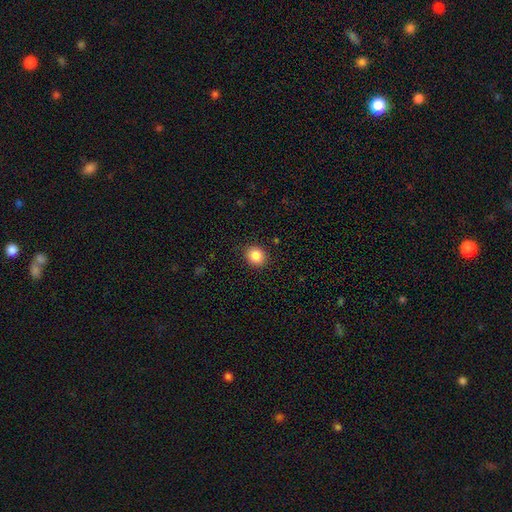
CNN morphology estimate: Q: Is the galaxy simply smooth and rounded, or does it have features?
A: smooth — 86%.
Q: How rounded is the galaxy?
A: round — 76%.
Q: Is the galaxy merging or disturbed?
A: none — 89%.